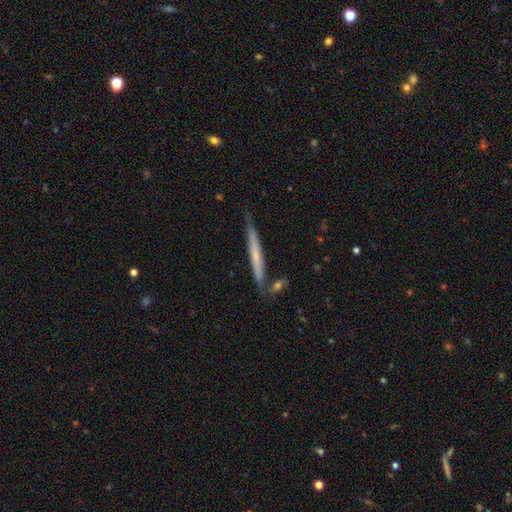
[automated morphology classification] Smooth or featured? featured or disk (49%)
Merging? none (75%)